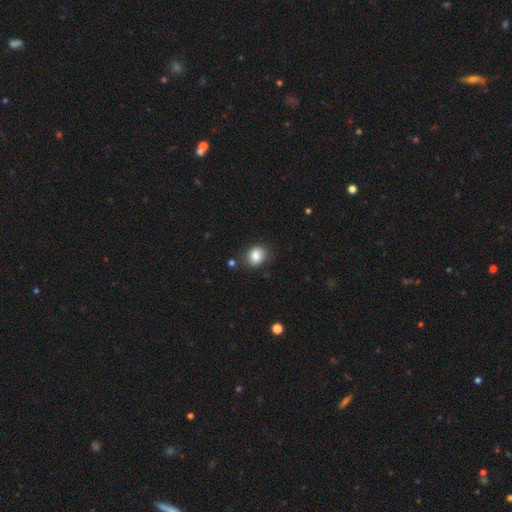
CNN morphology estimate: This is clearly a smooth galaxy (84%). How rounded: possibly in between (54%). Merging: likely none (77%).